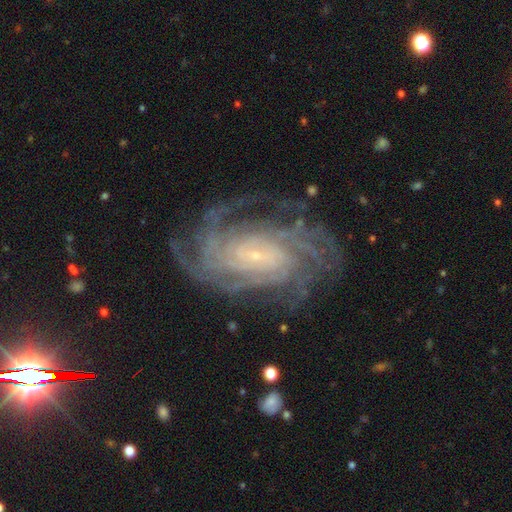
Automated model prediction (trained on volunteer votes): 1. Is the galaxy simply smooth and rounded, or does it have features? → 89% featured or disk, 6% star or artifact, 5% smooth.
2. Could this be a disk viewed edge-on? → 97% no, 3% yes.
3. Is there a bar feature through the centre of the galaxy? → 57% no, 31% weak, 12% strong.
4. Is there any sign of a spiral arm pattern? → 98% yes, 2% no.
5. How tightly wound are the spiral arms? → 72% tight, 23% medium, 5% loose.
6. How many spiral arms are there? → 28% more than 4, 23% 4, 21% can't tell, 11% 3, 9% 2, 8% 1.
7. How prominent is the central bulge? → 84% small, 9% moderate, 4% none, 2% large, 1% dominant.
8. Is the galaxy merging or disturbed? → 77% none, 14% minor disturbance, 7% major disturbance, 2% merger.